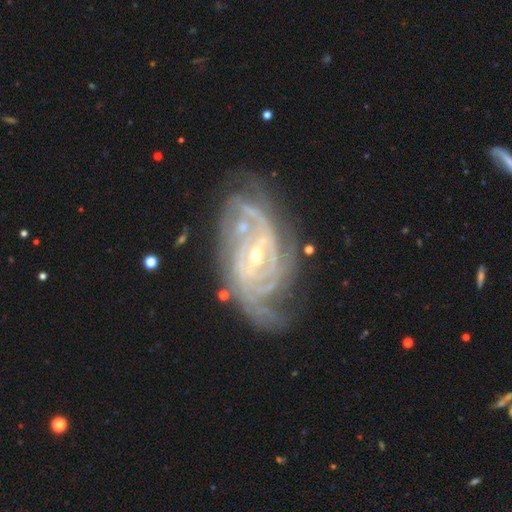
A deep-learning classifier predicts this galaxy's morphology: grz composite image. It shows a featured or disk galaxy (90%) with a weak bar (42%), tight (63%) spiral arms (97%) and a small central bulge (63%). Merging: none (62%).